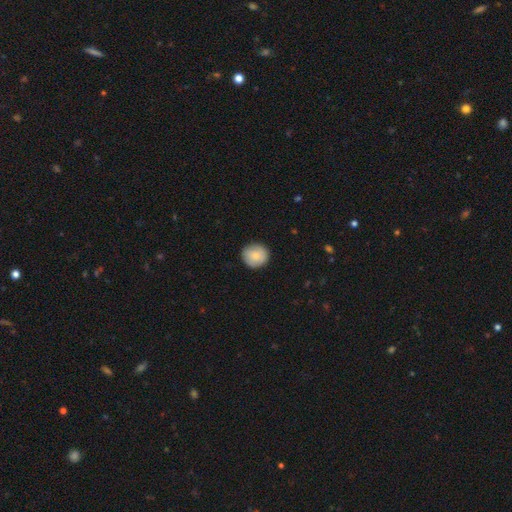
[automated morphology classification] Q: Smooth or featured?
A: smooth (80%); runner-up: featured or disk (13%)
Q: How rounded?
A: round (93%); runner-up: in between (6%)
Q: Merging?
A: none (88%); runner-up: minor disturbance (9%)